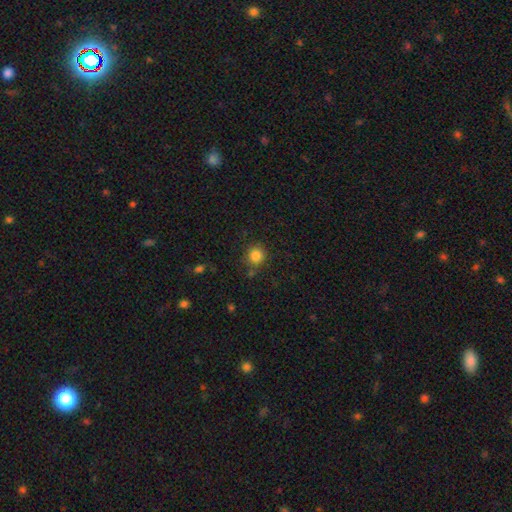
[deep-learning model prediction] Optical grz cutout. It shows a smooth galaxy with no disk features (84%) that is round (91%). Merging: none (81%).